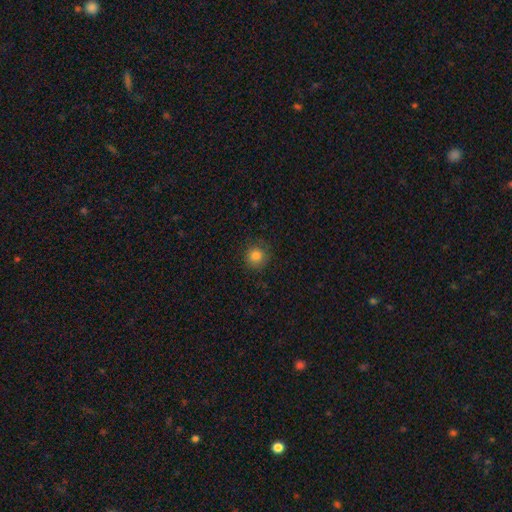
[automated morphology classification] The model was most divided on "smooth or featured": smooth: 83%, star or artifact: 11%, featured or disk: 5%. More confident: how rounded — round (92%); merging — none (85%).